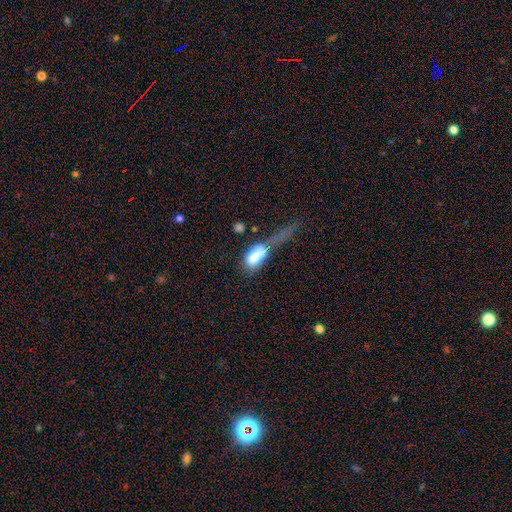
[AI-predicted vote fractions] Smooth or featured: smooth — 70% (featured or disk — 20%)
How rounded: in between — 82% (cigar-shaped — 11%)
Merging: major disturbance — 46% (merger — 23%)